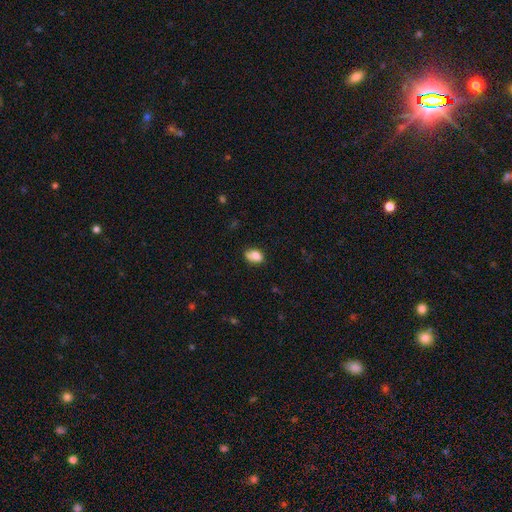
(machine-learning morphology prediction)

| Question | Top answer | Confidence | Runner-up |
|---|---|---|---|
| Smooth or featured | smooth | 77% | featured or disk (13%) |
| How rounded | in between | 76% | round (22%) |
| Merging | none | 50% | minor disturbance (26%) |